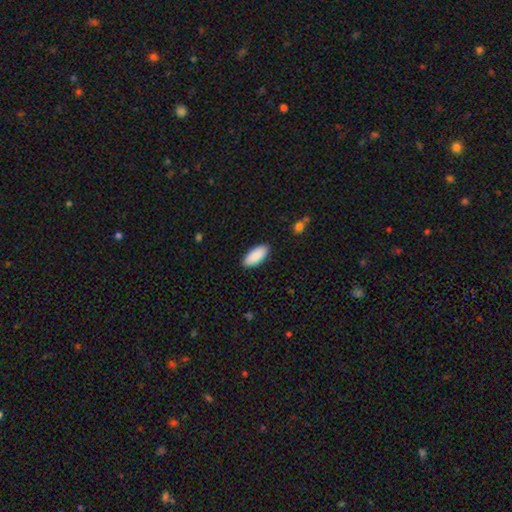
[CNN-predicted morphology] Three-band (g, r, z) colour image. It shows a smooth galaxy with no disk features (91%) that is in between round and cigar-shaped (89%). Merging: none (90%).